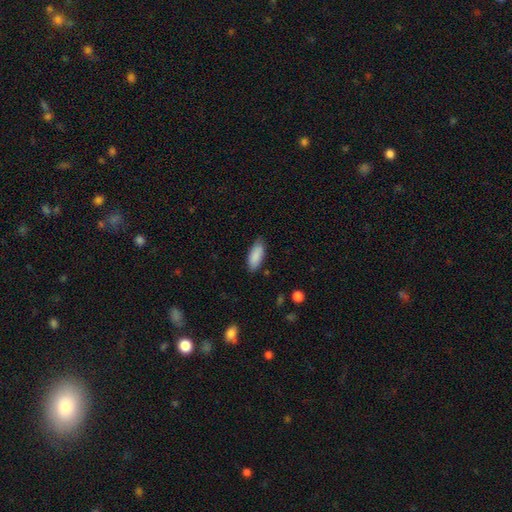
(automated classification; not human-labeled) smooth 89%, star or artifact 6%, featured or disk 5%. Down the decision tree: how rounded — in between (79%); merging — none (81%).